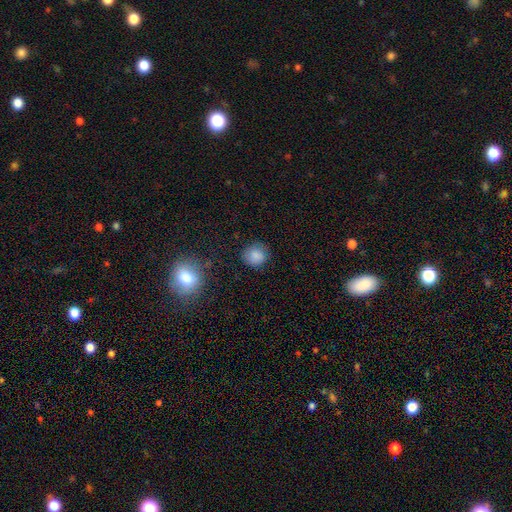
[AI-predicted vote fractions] This appears to be a smooth galaxy with no disk features (85%) that is round (87%). Merging: none (82%).